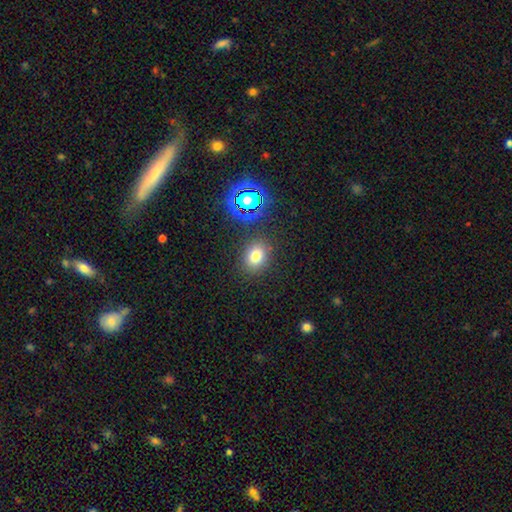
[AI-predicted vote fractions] smooth-or-featured: smooth: 73% | star or artifact: 18% | featured or disk: 8%
  how-rounded: in between: 50% | round: 49% | cigar-shaped: 1%
  merging: none: 85% | minor disturbance: 9% | major disturbance: 3% | merger: 3%